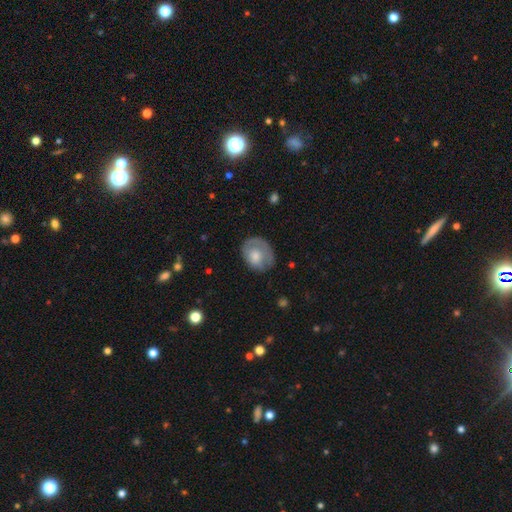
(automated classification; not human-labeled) Smooth or featured: smooth — 58% (featured or disk — 35%)
How rounded: in between — 50% (round — 49%)
Merging: none — 59% (minor disturbance — 26%)